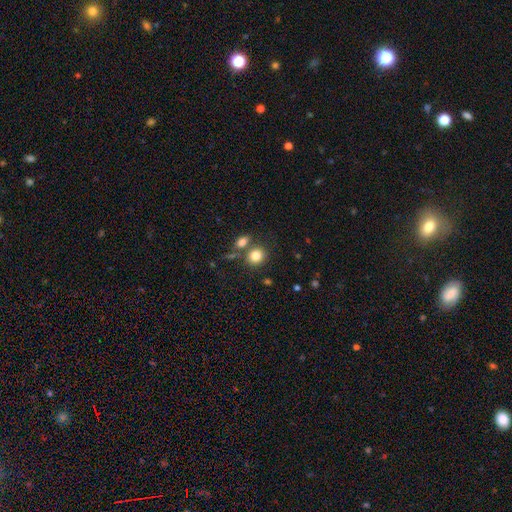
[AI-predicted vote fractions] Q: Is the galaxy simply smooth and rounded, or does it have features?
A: smooth — 82%.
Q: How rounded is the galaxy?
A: round — 78%.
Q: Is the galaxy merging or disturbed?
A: none — 65%.